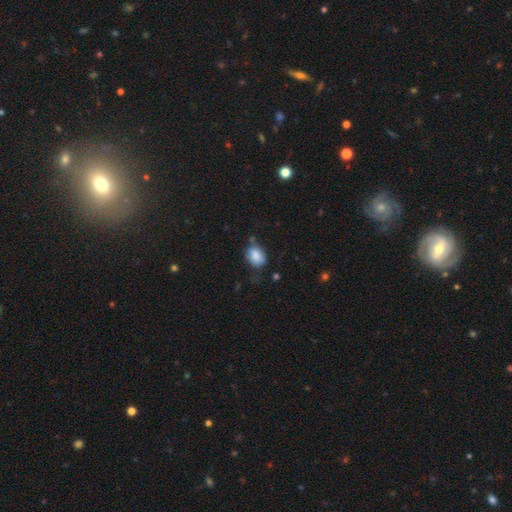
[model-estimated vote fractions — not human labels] Smooth or featured: smooth — 85% (star or artifact — 8%)
How rounded: in between — 68% (round — 30%)
Merging: none — 61% (minor disturbance — 26%)